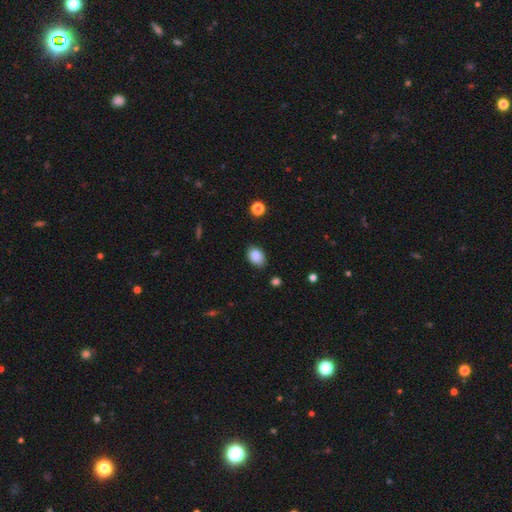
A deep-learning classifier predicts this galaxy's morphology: smooth-or-featured: smooth: 87% | star or artifact: 8% | featured or disk: 5%
  how-rounded: in between: 82% | round: 17% | cigar-shaped: 1%
  merging: none: 81% | minor disturbance: 15% | major disturbance: 3% | merger: 2%